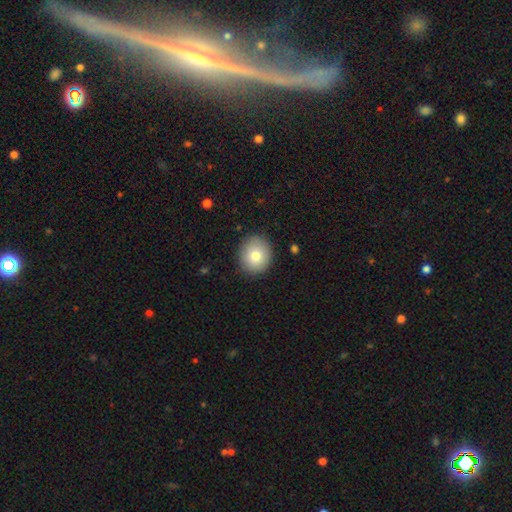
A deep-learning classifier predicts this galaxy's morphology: smooth-or-featured: smooth: 79% | featured or disk: 12% | star or artifact: 9%
  how-rounded: round: 82% | in between: 17% | cigar-shaped: 1%
  merging: none: 89% | minor disturbance: 8% | major disturbance: 2% | merger: 1%